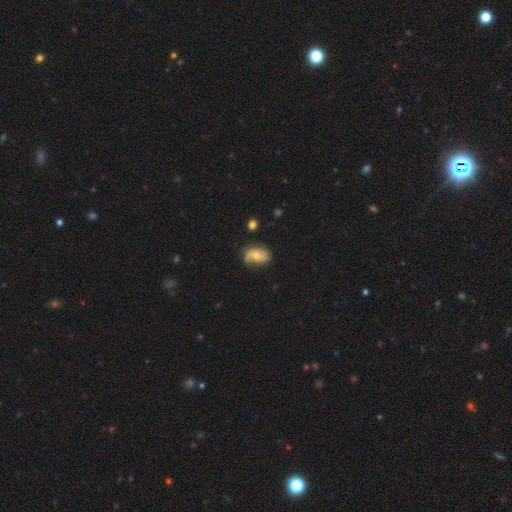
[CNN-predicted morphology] This is possibly a featured or disk galaxy (57%). It is clearly not viewed edge-on (96%). Bar: likely no (65%). Spiral arm pattern: clearly yes (85%). Central bulge: possibly moderate (48%). Merging: possibly none (58%).